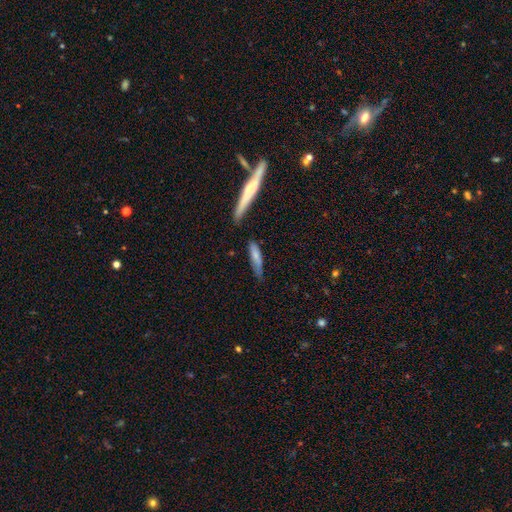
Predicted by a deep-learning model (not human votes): Smooth or featured: smooth — 71% (featured or disk — 23%)
How rounded: cigar-shaped — 78% (in between — 20%)
Merging: none — 60% (minor disturbance — 26%)